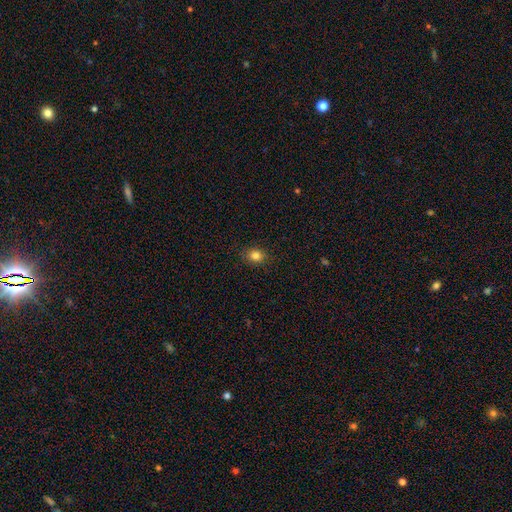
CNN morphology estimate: A smooth galaxy with no disk features (81%) that is round (55%).

Vote fractions:
- Smooth or featured? smooth: 81% / star or artifact: 12% / featured or disk: 6%
- How rounded? round: 55% / in between: 44% / cigar-shaped: 1%
- Merging? none: 89% / minor disturbance: 8% / major disturbance: 2% / merger: 1%